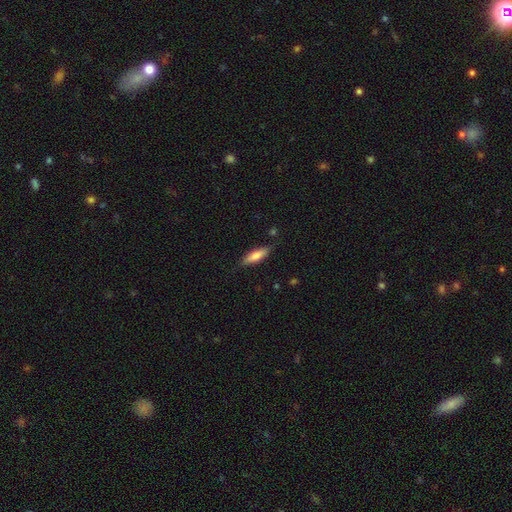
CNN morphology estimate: type=smooth (69%); roundness=cigar-shaped (58%); merging=none (81%).